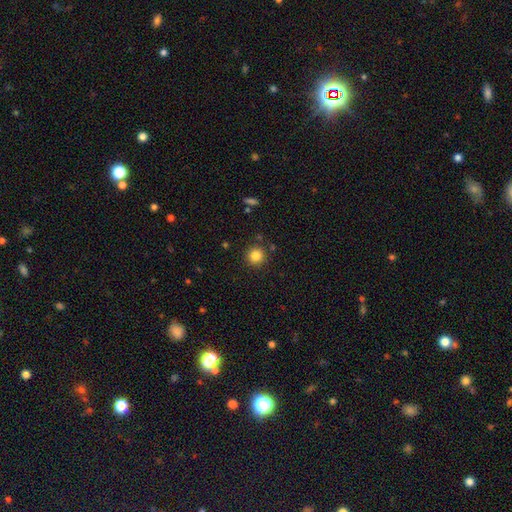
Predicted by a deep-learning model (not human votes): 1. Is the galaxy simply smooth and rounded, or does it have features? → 83% smooth, 12% star or artifact, 5% featured or disk.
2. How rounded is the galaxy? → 95% round, 5% in between, 1% cigar-shaped.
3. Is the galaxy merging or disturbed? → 89% none, 6% minor disturbance, 3% merger, 2% major disturbance.